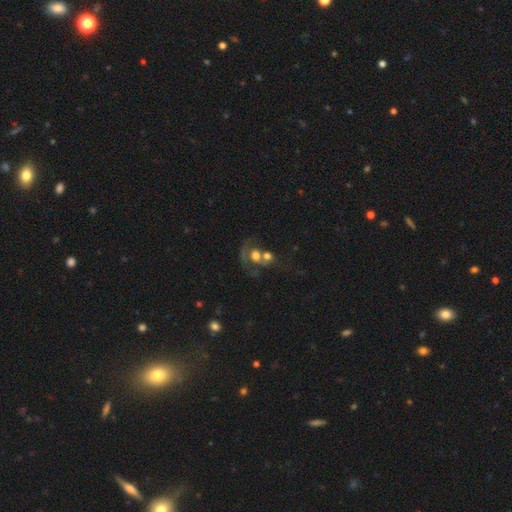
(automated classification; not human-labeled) Morphology: type=smooth (46%); merging=merger (57%).